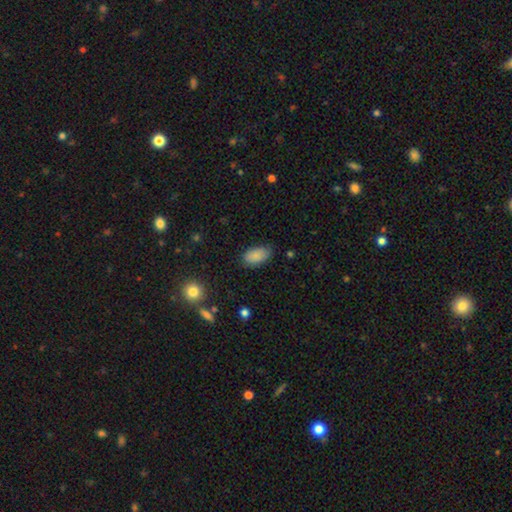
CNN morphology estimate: type=smooth (86%); roundness=in between (93%); merging=none (75%).